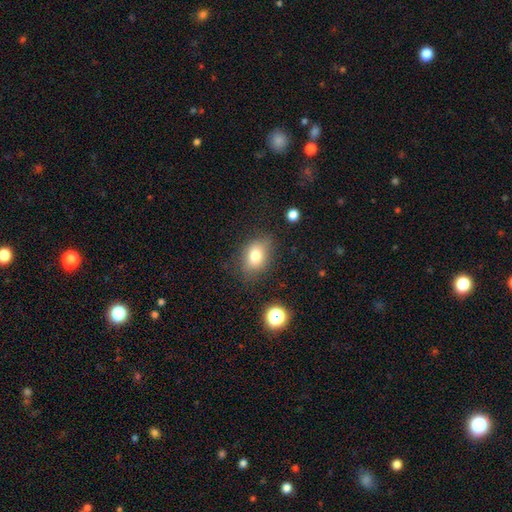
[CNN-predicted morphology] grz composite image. It shows a smooth galaxy with no disk features (76%) that is in between round and cigar-shaped (67%). Merging: none (76%).